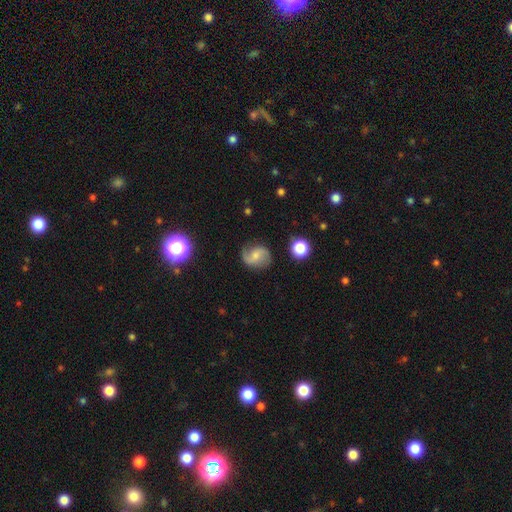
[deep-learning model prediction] Q: Smooth or featured?
A: featured or disk (67%); runner-up: smooth (24%)
Q: Edge-on disk?
A: no (98%); runner-up: yes (2%)
Q: Bar?
A: no (47%); runner-up: weak (42%)
Q: Spiral arms?
A: yes (93%); runner-up: no (7%)
Q: Spiral winding?
A: loose (45%); runner-up: medium (41%)
Q: Spiral arm count?
A: 2 (84%); runner-up: 1 (8%)
Q: Bulge size?
A: small (50%); runner-up: moderate (37%)
Q: Merging?
A: none (75%); runner-up: minor disturbance (17%)